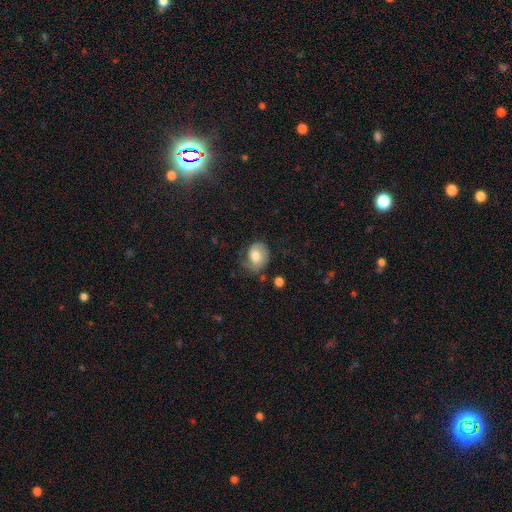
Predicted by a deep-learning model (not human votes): This is possibly a smooth galaxy (56%). How rounded: possibly round (51%). Merging: possibly none (51%).